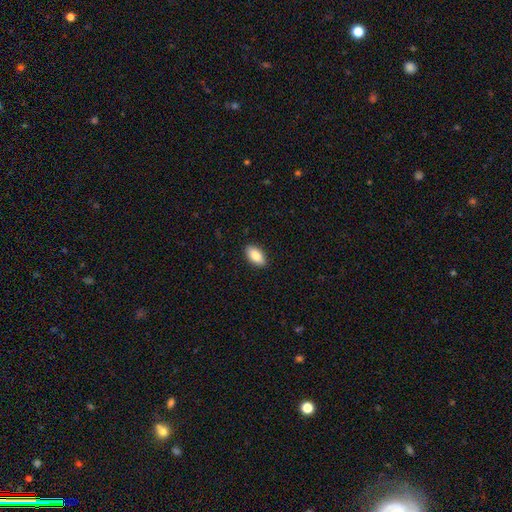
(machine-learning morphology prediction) The model was most divided on "smooth or featured": smooth: 87%, featured or disk: 7%, star or artifact: 6%. More confident: how rounded — in between (93%); merging — none (90%).